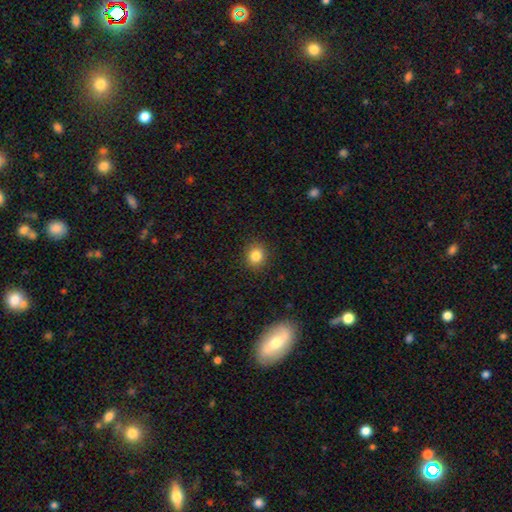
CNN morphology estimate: A smooth galaxy with no disk features (84%) that is round (79%). Merging: none (90%).